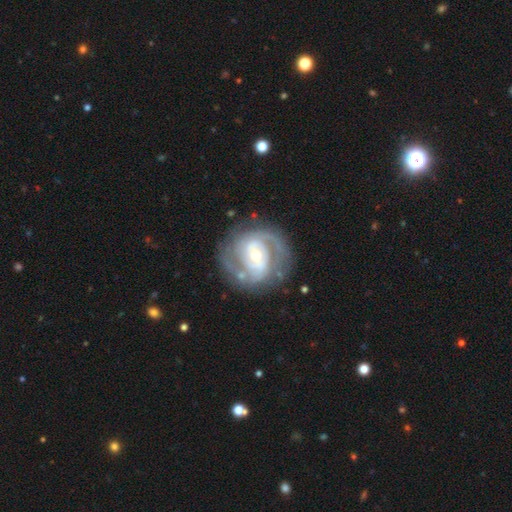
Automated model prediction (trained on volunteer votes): Smooth or featured?
  - featured or disk: 87% *
  - smooth: 8%
  - star or artifact: 5%
Edge-on disk?
  - no: 97% *
  - yes: 3%
Bar?
  - no: 42% *
  - weak: 39%
  - strong: 18%
Spiral arms?
  - yes: 94% *
  - no: 6%
Spiral winding?
  - tight: 50% *
  - medium: 40%
  - loose: 11%
Spiral arm count?
  - 2: 71% *
  - can't tell: 12%
  - 3: 9%
  - 1: 4%
  - 4: 2%
  - more than 4: 2%
Bulge size?
  - moderate: 58% *
  - small: 35%
  - large: 5%
  - none: 1%
  - dominant: 1%
Merging?
  - none: 74% *
  - minor disturbance: 15%
  - major disturbance: 8%
  - merger: 3%